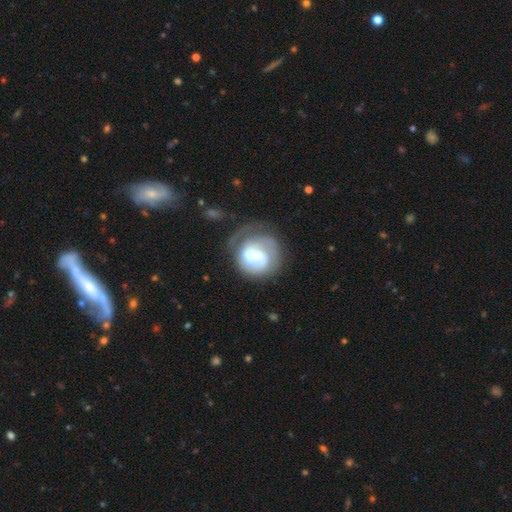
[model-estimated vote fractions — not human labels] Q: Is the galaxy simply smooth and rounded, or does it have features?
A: featured or disk — 69%.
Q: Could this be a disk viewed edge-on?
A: no — 98%.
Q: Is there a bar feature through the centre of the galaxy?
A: no — 59%.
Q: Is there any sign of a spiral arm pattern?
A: yes — 81%.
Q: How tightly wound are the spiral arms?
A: tight — 52%.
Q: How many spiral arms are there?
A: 2 — 44%.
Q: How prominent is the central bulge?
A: small — 48%.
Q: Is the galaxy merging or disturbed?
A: none — 49%.